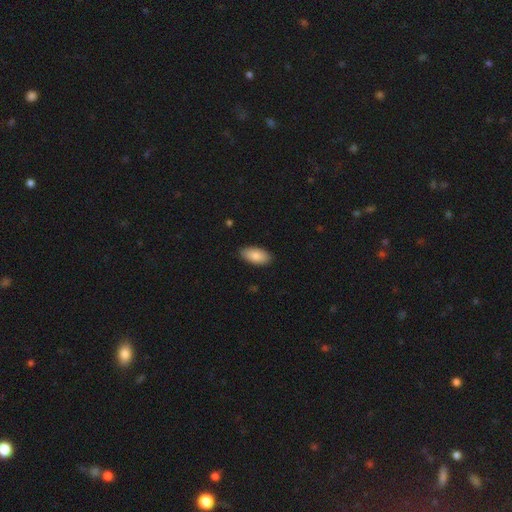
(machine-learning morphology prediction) Smooth or featured? Predicted: smooth (p=0.86). How rounded? Predicted: in between (p=0.93). Merging? Predicted: none (p=0.88).